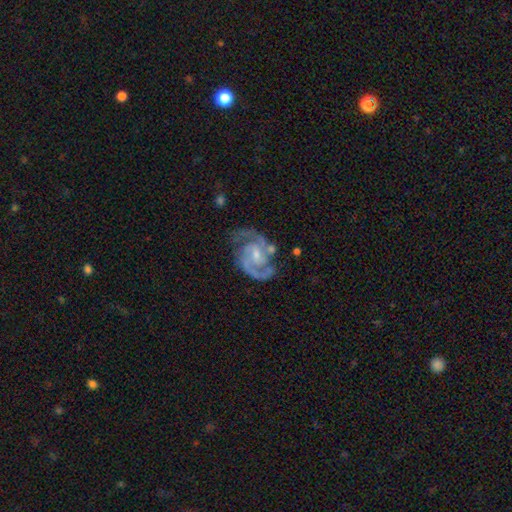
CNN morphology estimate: Smooth or featured? featured or disk (92%)
Edge-on disk? no (98%)
Bar? weak (48%)
Spiral arms? yes (98%)
Spiral winding? medium (54%)
Spiral arm count? 2 (86%)
Bulge size? small (57%)
Merging? none (67%)